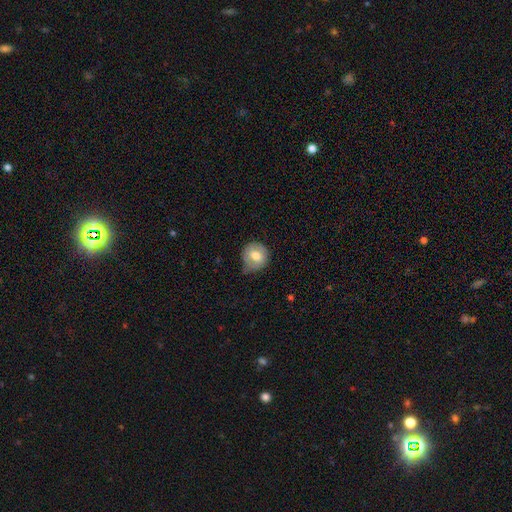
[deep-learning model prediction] smooth-or-featured: smooth: 69% | featured or disk: 24% | star or artifact: 7%
  how-rounded: round: 87% | in between: 12% | cigar-shaped: 1%
  merging: none: 68% | minor disturbance: 24% | major disturbance: 6% | merger: 2%